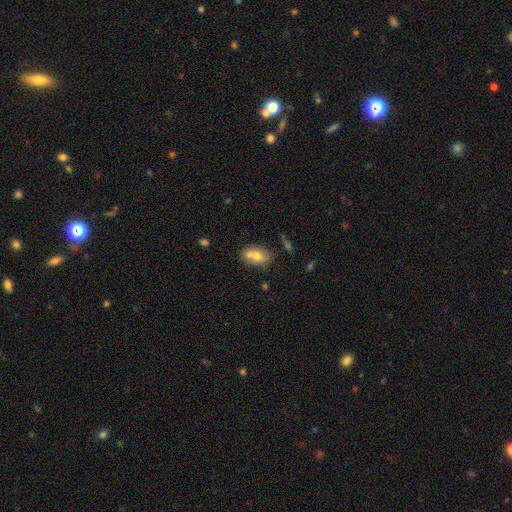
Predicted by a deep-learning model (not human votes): smooth-or-featured: smooth: 69% | featured or disk: 22% | star or artifact: 9%
  how-rounded: in between: 79% | round: 19% | cigar-shaped: 3%
  merging: none: 42% | merger: 41% | minor disturbance: 12% | major disturbance: 4%